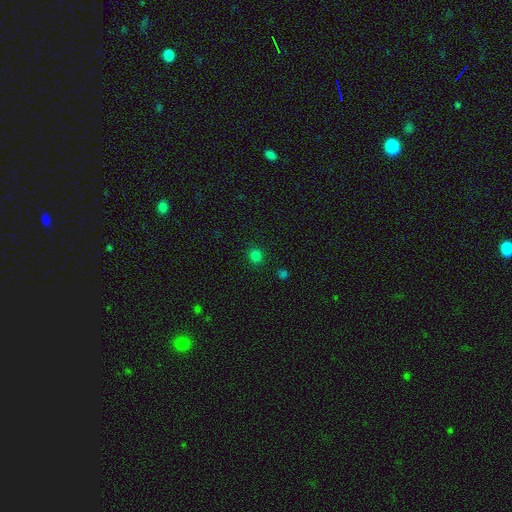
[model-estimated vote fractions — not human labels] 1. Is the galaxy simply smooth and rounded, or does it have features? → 80% smooth, 17% star or artifact, 3% featured or disk.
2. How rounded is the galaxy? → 89% round, 10% in between, 1% cigar-shaped.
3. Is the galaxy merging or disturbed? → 90% none, 6% minor disturbance, 2% major disturbance, 2% merger.